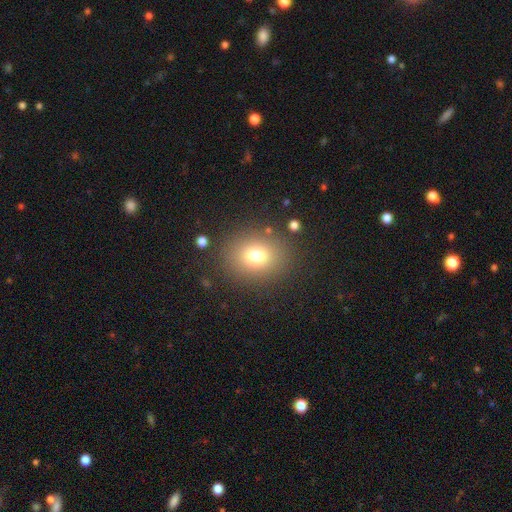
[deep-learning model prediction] Morphology: type=smooth (75%); roundness=round (63%); merging=none (84%).